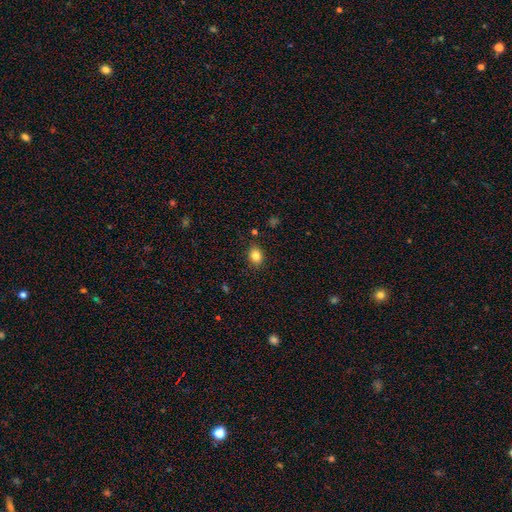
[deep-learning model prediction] smooth 83%, star or artifact 11%, featured or disk 6%. Down the decision tree: how rounded — in between (54%); merging — none (86%).